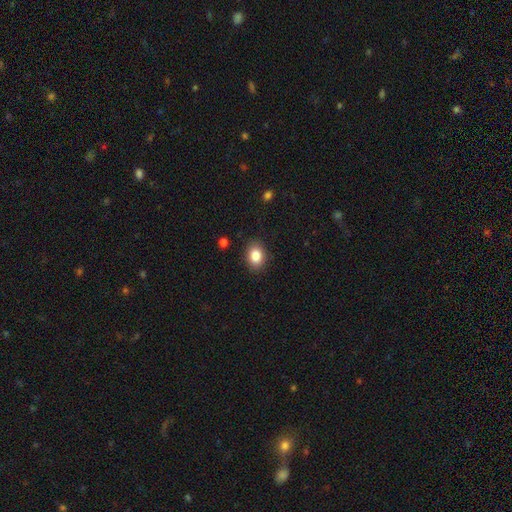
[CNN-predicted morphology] Overall: smooth (85%). How rounded: in between (68%; round 31%). Merging: none (88%).